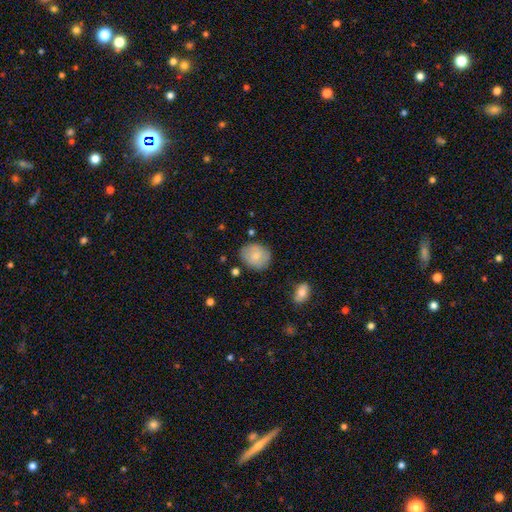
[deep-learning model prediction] smooth 78%, featured or disk 15%, star or artifact 7%. Down the decision tree: how rounded — round (65%); merging — none (78%).